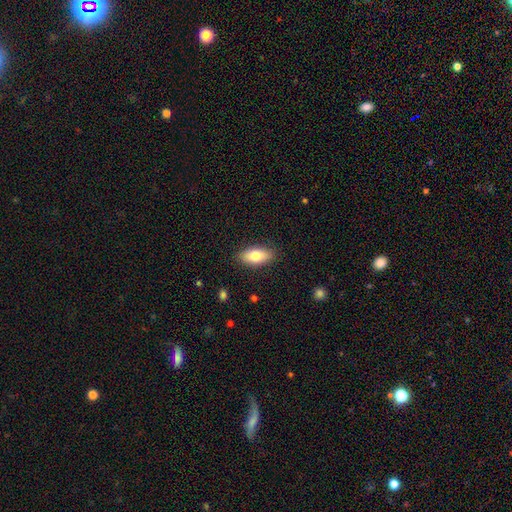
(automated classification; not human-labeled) This appears to be a smooth galaxy with no disk features (79%) that is in between round and cigar-shaped (86%). Merging: none (87%).